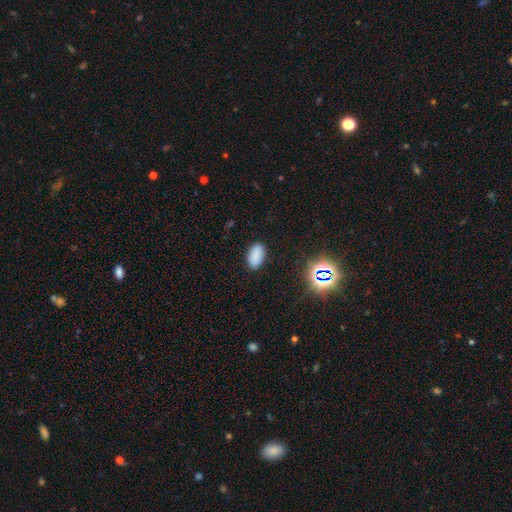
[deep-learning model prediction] smooth 83%, star or artifact 13%, featured or disk 4%. Down the decision tree: how rounded — in between (94%); merging — none (87%).